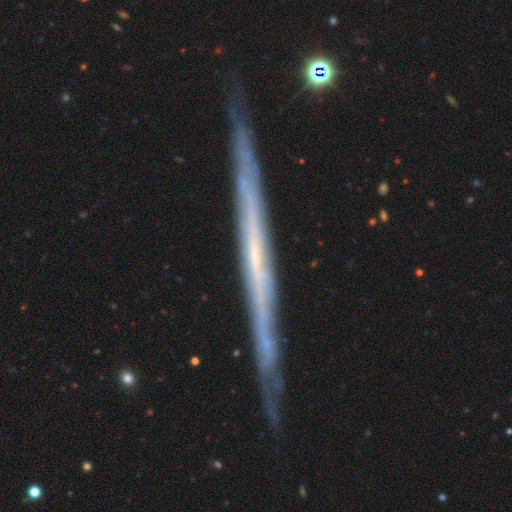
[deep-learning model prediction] A featured or disk galaxy (74%) viewed edge-on (96%) with no central bulge (89%). Merging: none (88%).